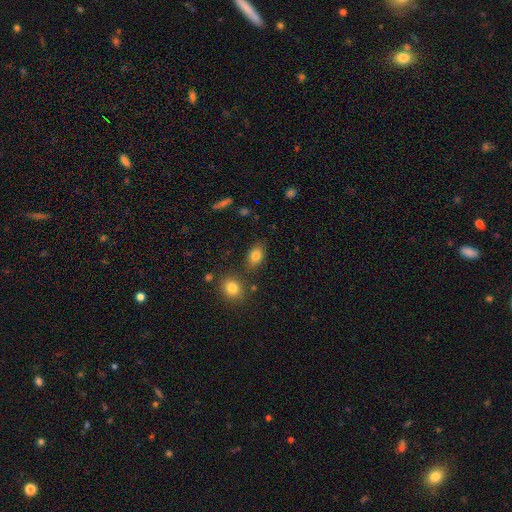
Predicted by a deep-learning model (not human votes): Smooth or featured: smooth — 82% (star or artifact — 10%)
How rounded: in between — 81% (round — 17%)
Merging: none — 79% (minor disturbance — 12%)